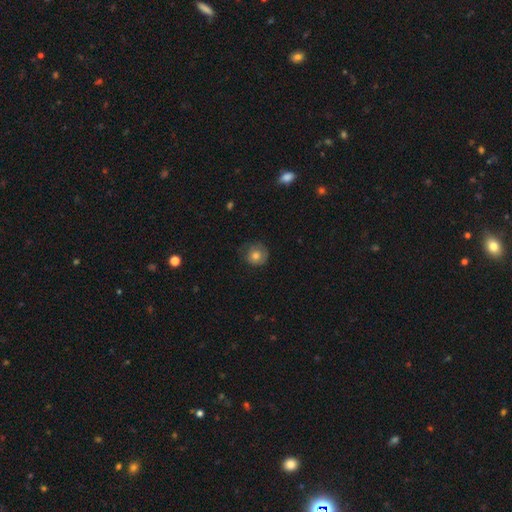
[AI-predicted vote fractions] This appears to be a smooth galaxy with no disk features (70%) that is round (88%). Merging: none (63%).